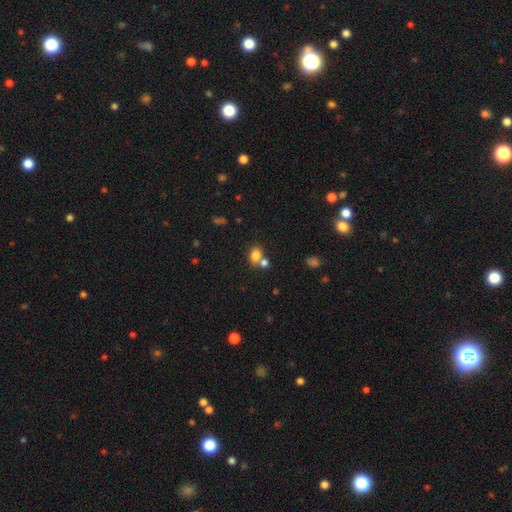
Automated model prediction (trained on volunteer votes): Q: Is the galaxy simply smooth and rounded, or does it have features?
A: smooth — 79%.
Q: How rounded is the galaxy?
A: in between — 59%.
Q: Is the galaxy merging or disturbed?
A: none — 46%.